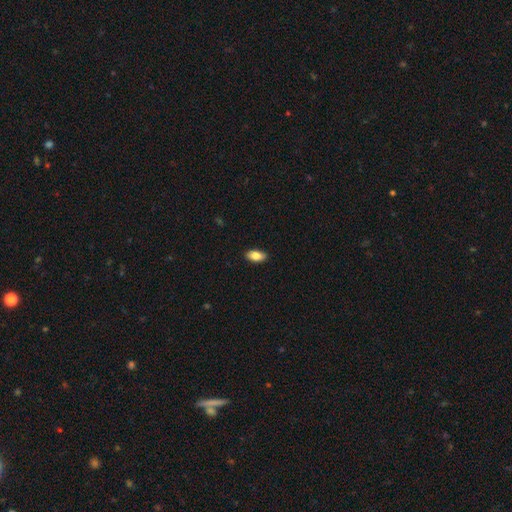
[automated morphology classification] smooth-or-featured: smooth: 84% | featured or disk: 8% | star or artifact: 7%
  how-rounded: in between: 91% | cigar-shaped: 6% | round: 3%
  merging: none: 89% | minor disturbance: 8% | major disturbance: 2% | merger: 1%